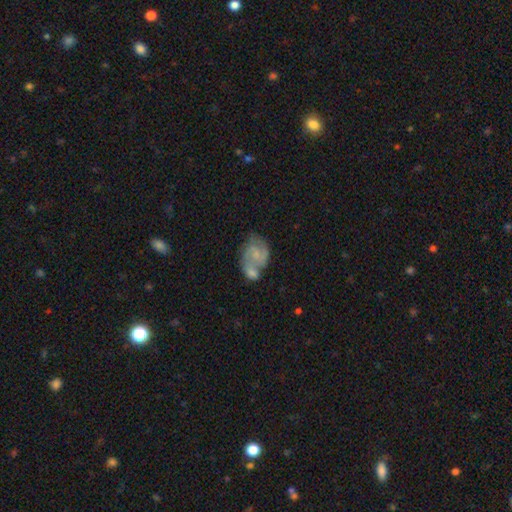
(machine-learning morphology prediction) A featured or disk galaxy (65%) with no bar (59%), 2 (77%) medium (50%) spiral arms (84%) and a small central bulge (52%). Merging: merger (45%).